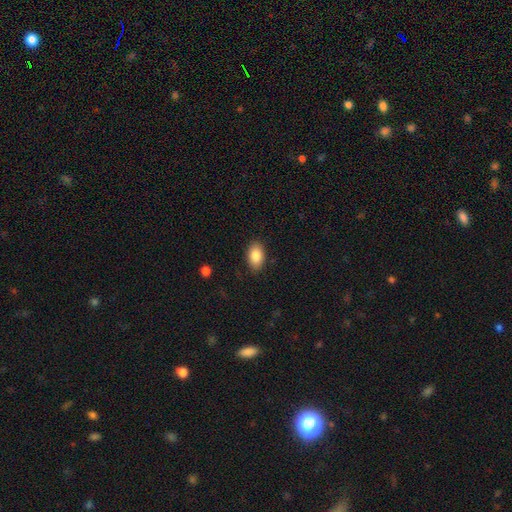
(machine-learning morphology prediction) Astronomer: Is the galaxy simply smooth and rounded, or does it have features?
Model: smooth — 85%.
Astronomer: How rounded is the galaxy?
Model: in between — 91%.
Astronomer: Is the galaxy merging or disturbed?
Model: none — 88%.